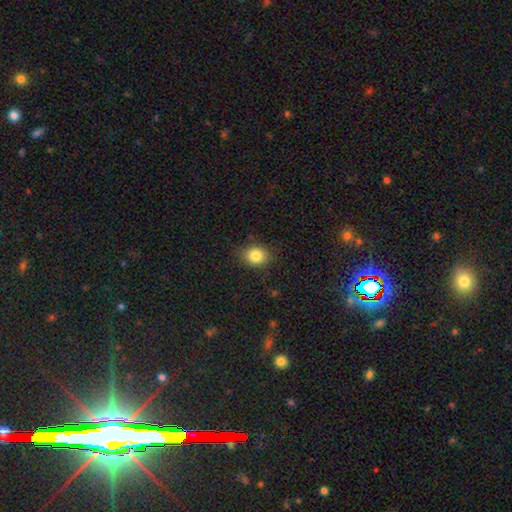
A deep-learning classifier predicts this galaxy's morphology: Smooth or featured? smooth (83%)
How rounded? round (69%)
Merging? none (81%)